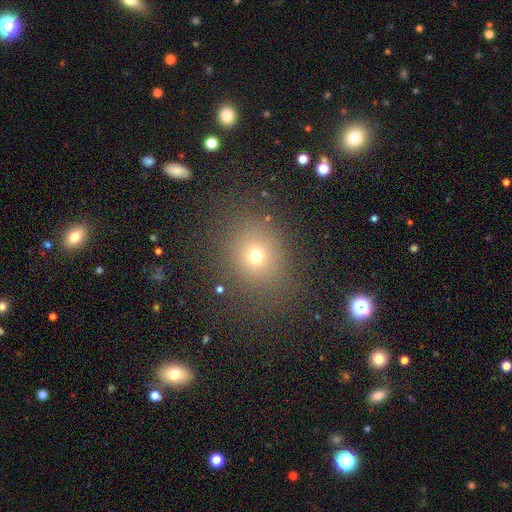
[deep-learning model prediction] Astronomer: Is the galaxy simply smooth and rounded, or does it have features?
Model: smooth — 69%.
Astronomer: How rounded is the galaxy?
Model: round — 69%.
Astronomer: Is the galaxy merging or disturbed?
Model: none — 82%.